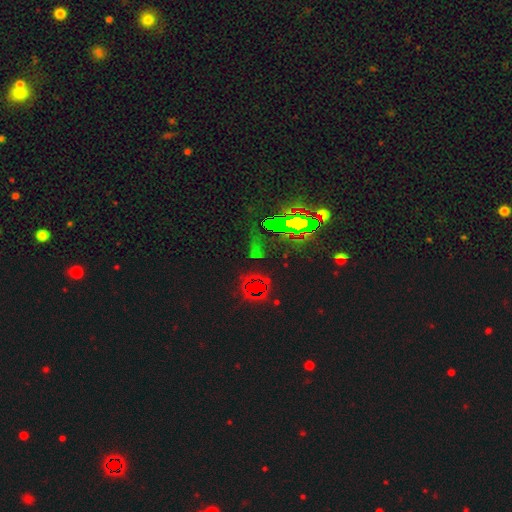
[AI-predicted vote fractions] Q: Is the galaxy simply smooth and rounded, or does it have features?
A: star or artifact — 77%.